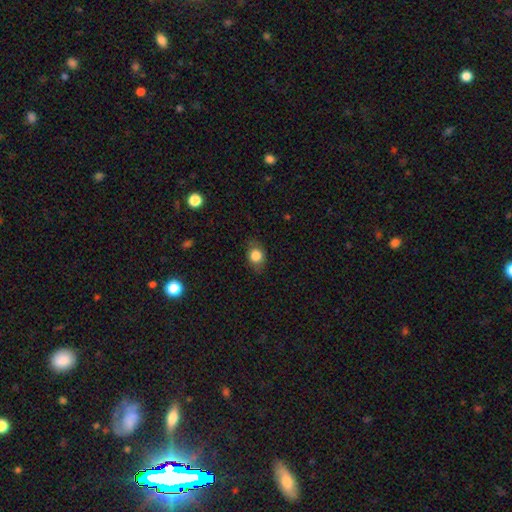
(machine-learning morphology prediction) smooth 81%, featured or disk 10%, star or artifact 9%. Down the decision tree: how rounded — in between (51%); merging — none (78%).